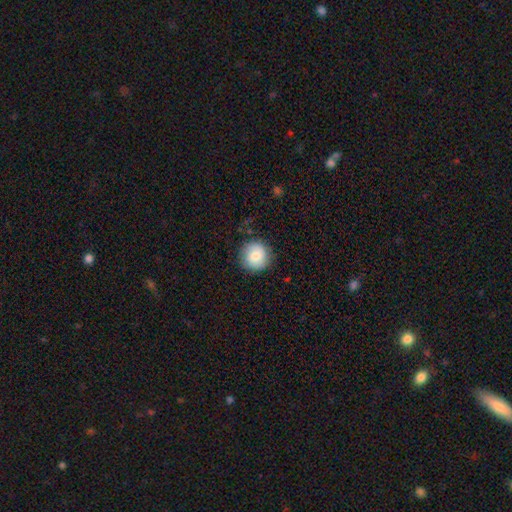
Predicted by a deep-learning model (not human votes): Smooth or featured?
  - smooth: 80% *
  - featured or disk: 12%
  - star or artifact: 8%
How rounded?
  - round: 94% *
  - in between: 5%
  - cigar-shaped: 1%
Merging?
  - none: 86% *
  - minor disturbance: 10%
  - major disturbance: 3%
  - merger: 1%